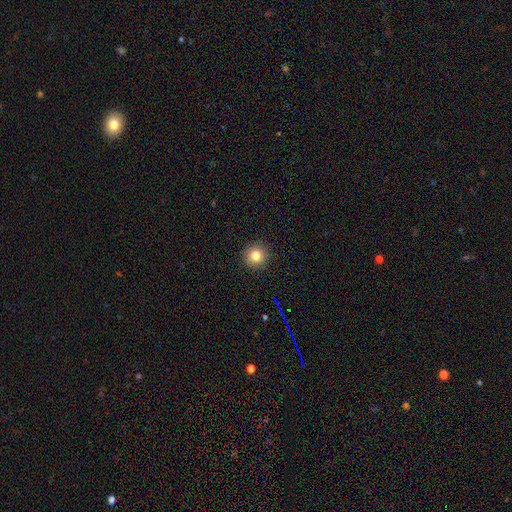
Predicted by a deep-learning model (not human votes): smooth 81%, star or artifact 11%, featured or disk 8%. Down the decision tree: how rounded — round (92%); merging — none (92%).